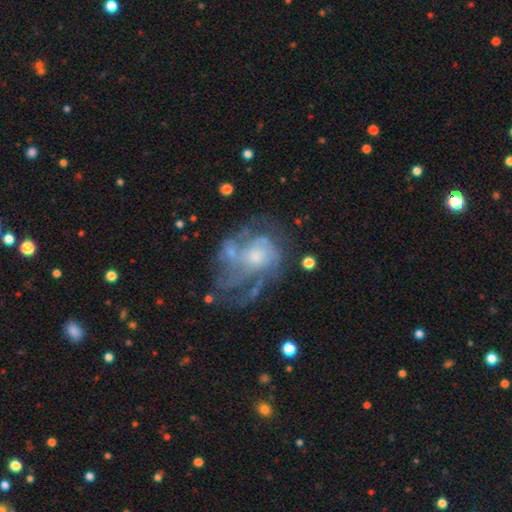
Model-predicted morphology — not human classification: A featured or disk galaxy (75%) with no bar (78%), medium (40%) spiral arms (77%) and a small central bulge (44%). Merging: none (41%).